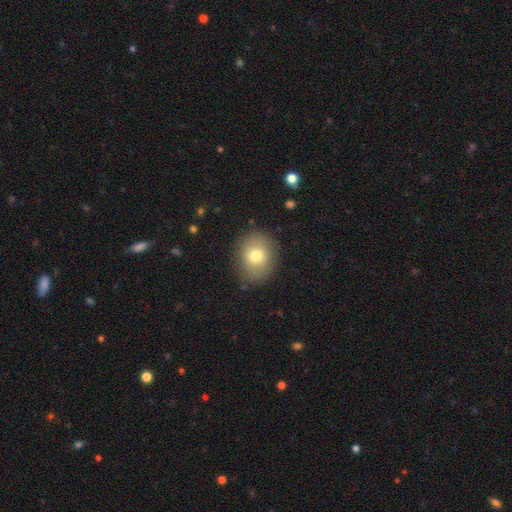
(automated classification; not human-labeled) Smooth or featured? smooth (74%)
How rounded? round (52%)
Merging? none (84%)